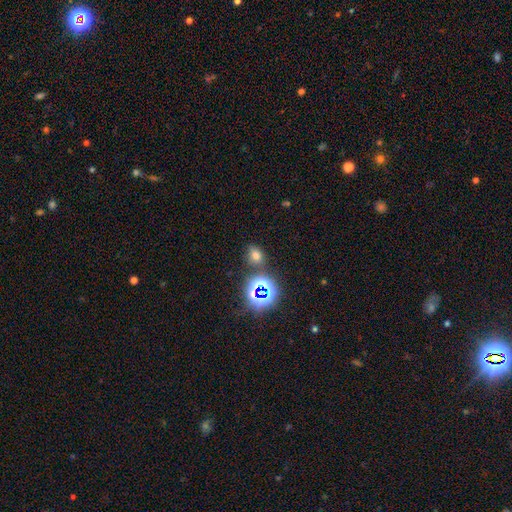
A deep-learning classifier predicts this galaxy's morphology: Smooth or featured: smooth — 60% (star or artifact — 32%)
How rounded: in between — 59% (round — 40%)
Merging: none — 74% (minor disturbance — 13%)